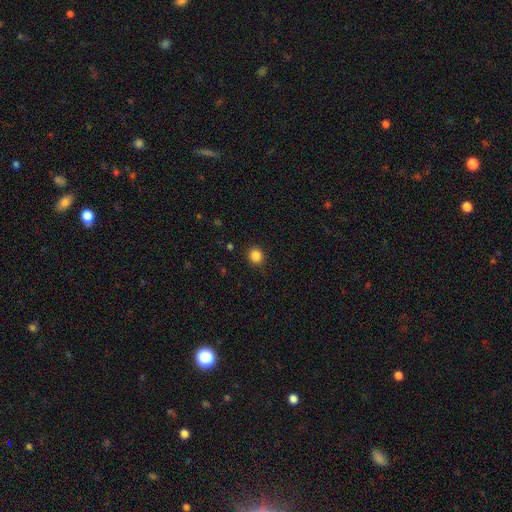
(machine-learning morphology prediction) smooth-or-featured: smooth: 86% | star or artifact: 11% | featured or disk: 3%
  how-rounded: round: 84% | in between: 15% | cigar-shaped: 1%
  merging: none: 90% | minor disturbance: 7% | major disturbance: 2% | merger: 1%